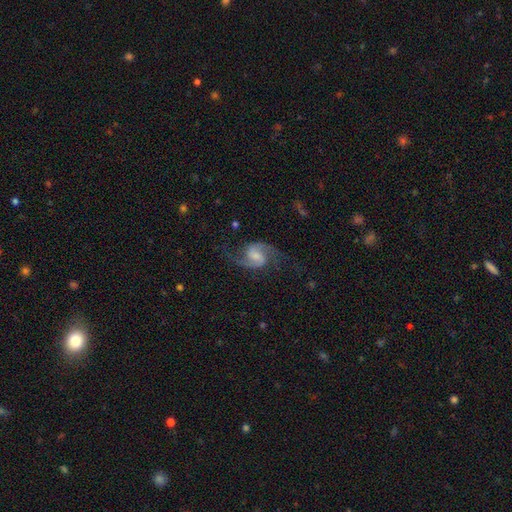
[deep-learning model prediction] smooth_or_featured: featured or disk (p=0.88) [alt: smooth p=0.07]
disk_edge_on: no (p=0.98) [alt: yes p=0.02]
bar: weak (p=0.52) [alt: no p=0.30]
has_spiral_arms: yes (p=0.98) [alt: no p=0.02]
spiral_winding: loose (p=0.50) [alt: medium p=0.42]
spiral_arm_count: 2 (p=0.94) [alt: can't tell p=0.02]
bulge_size: moderate (p=0.37) [alt: small p=0.32]
merging: none (p=0.75) [alt: minor disturbance p=0.14]